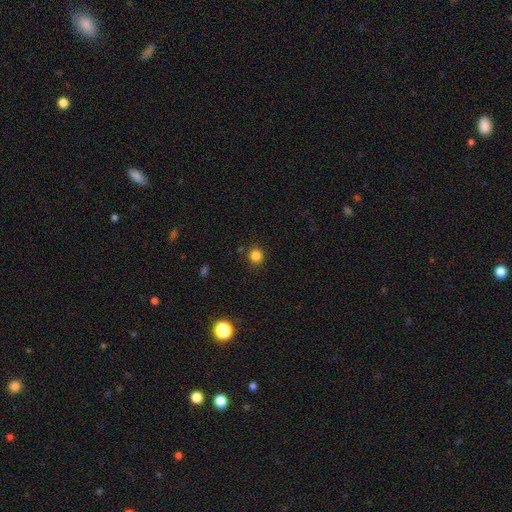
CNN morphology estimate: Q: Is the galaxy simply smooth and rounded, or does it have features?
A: smooth — 83%.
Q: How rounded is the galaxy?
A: round — 89%.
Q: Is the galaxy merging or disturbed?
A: none — 88%.